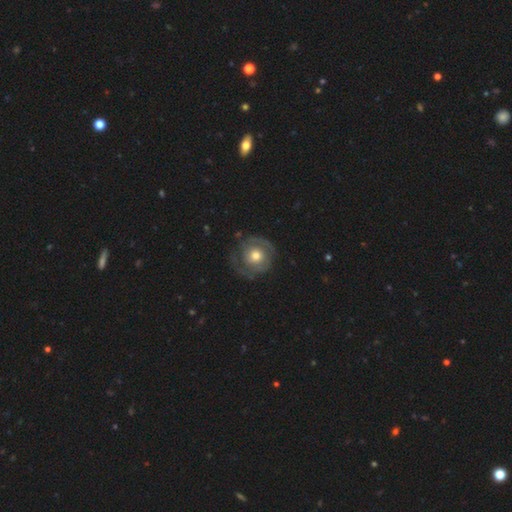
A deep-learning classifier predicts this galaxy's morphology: featured or disk 63%, smooth 31%, star or artifact 6%. Down the decision tree: edge-on disk — no (97%); bar — no (81%); spiral arms — yes (74%); bulge size — moderate (68%); merging — none (68%).